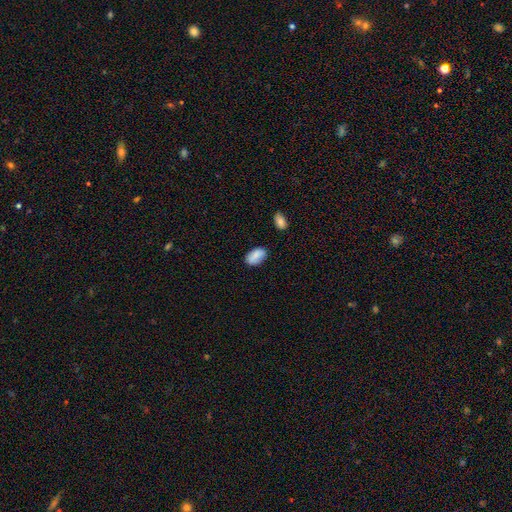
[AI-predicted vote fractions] Smooth or featured? Predicted: smooth (p=0.86). How rounded? Predicted: in between (p=0.94). Merging? Predicted: none (p=0.80).